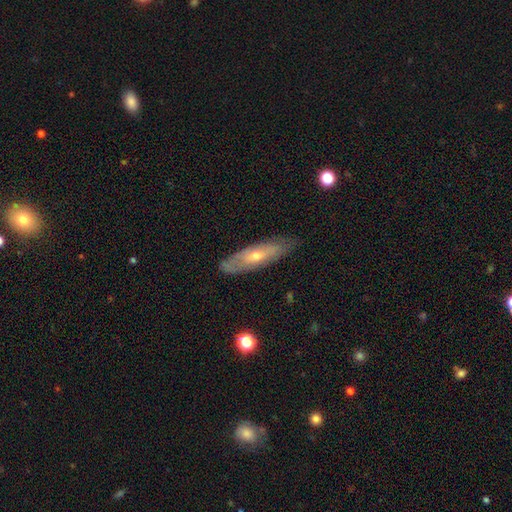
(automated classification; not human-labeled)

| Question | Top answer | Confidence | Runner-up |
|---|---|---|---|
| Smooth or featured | featured or disk | 59% | smooth (34%) |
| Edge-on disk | no | 55% | yes (45%) |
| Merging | none | 81% | minor disturbance (15%) |